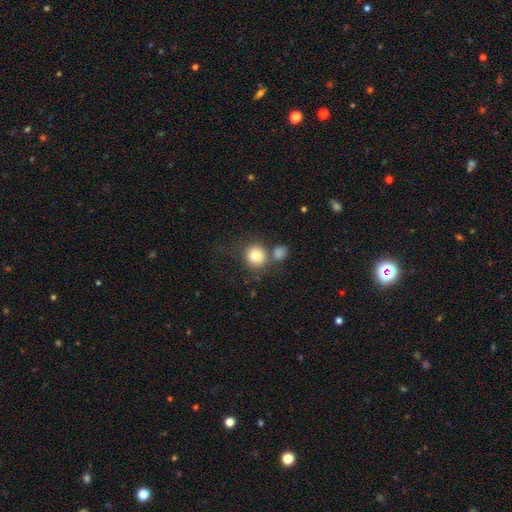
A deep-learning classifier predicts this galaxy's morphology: type=smooth (81%); roundness=round (88%); merging=none (59%).